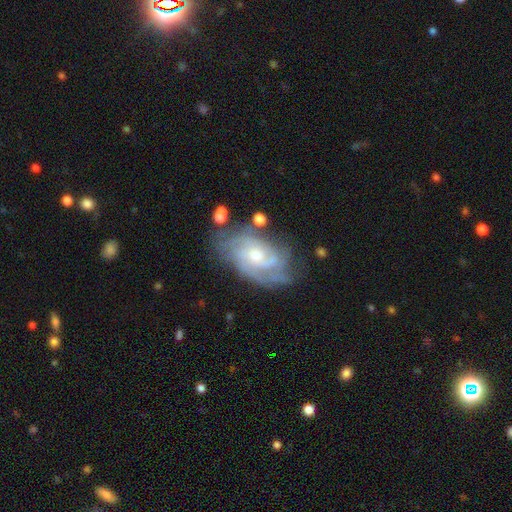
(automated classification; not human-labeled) Overall: featured or disk (85%). Edge-on disk: no (96%). Bar: no (63%; weak 32%). Spiral arms: yes (95%). Spiral arm count: can't tell (32%; 2 26%). Spiral winding: tight (58%; medium 34%). Bulge size: moderate (54%; small 39%). Merging: none (65%).